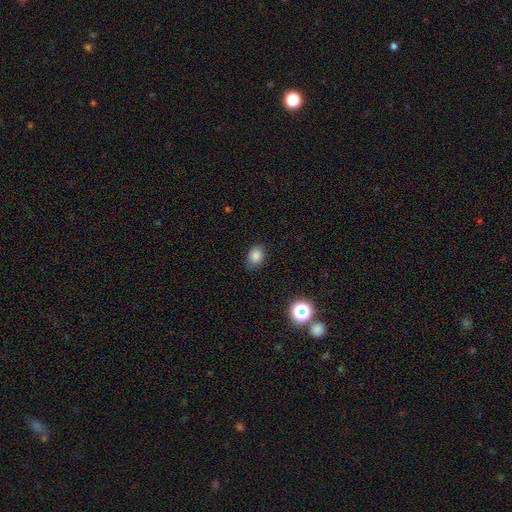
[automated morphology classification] Smooth or featured? Predicted: smooth (p=0.83). How rounded? Predicted: in between (p=0.60). Merging? Predicted: none (p=0.80).